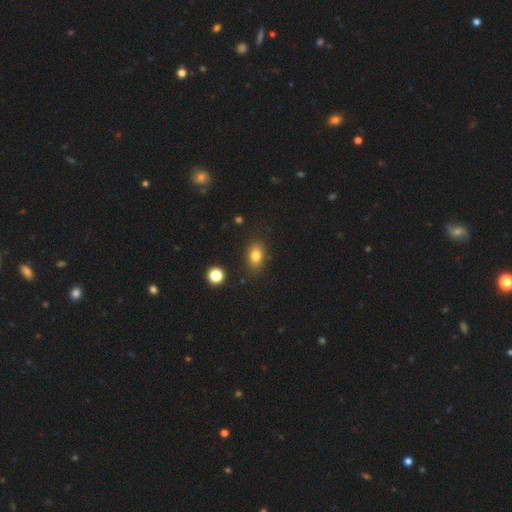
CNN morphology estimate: A smooth galaxy with no disk features (80%) that is in between round and cigar-shaped (78%). Merging: none (83%).